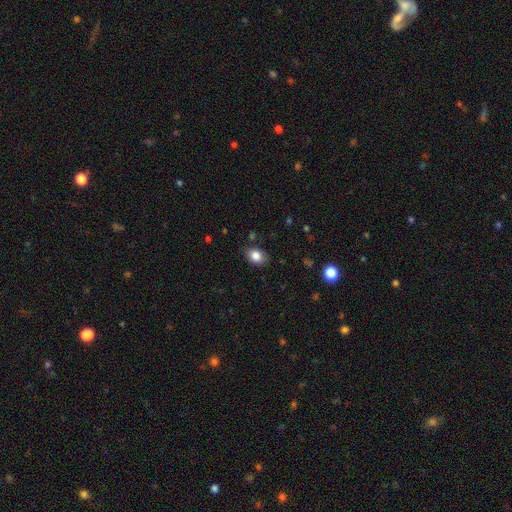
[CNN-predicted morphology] This appears to be a smooth galaxy with no disk features (85%) that is in between round and cigar-shaped (69%). Merging: none (81%).